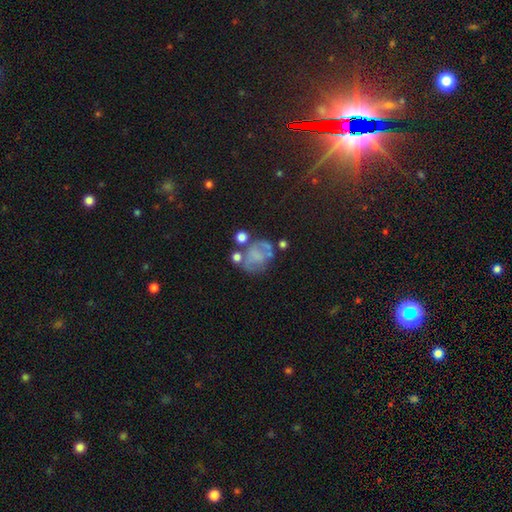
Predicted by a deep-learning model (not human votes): The model was most divided on "smooth or featured": featured or disk: 45%, smooth: 42%, star or artifact: 13%. Remaining: merging — none (40%).